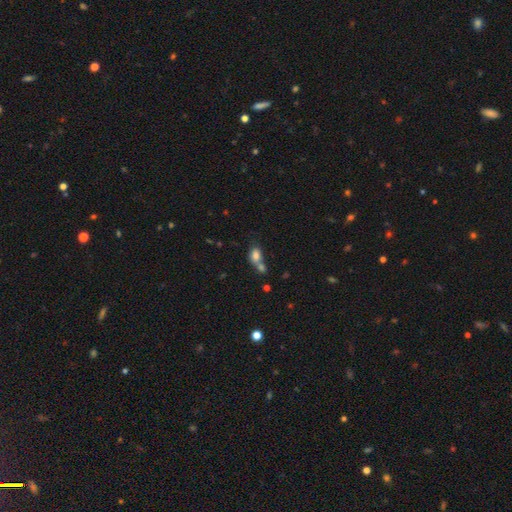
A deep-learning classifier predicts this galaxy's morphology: Overall: smooth (78%). How rounded: in between (76%). Merging: merger (56%; none 29%).